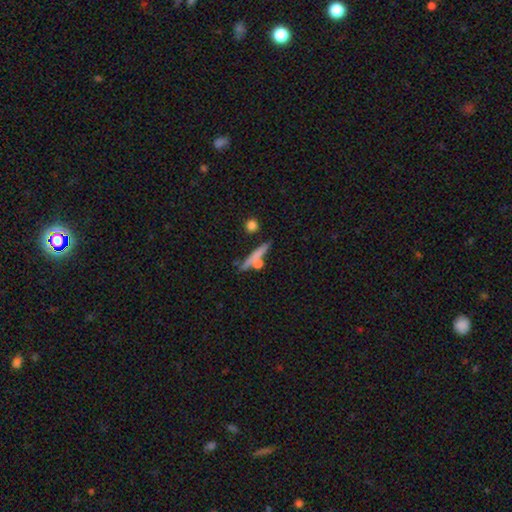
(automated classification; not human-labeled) smooth-or-featured: smooth: 54% | featured or disk: 36% | star or artifact: 9%
  how-rounded: cigar-shaped: 79% | in between: 11% | round: 10%
  merging: none: 64% | merger: 18% | minor disturbance: 13% | major disturbance: 6%